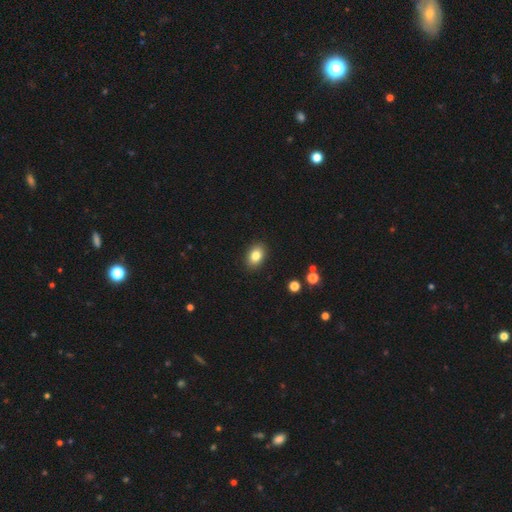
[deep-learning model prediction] This is clearly a smooth galaxy (83%). How rounded: likely in between (80%). Merging: clearly none (90%).